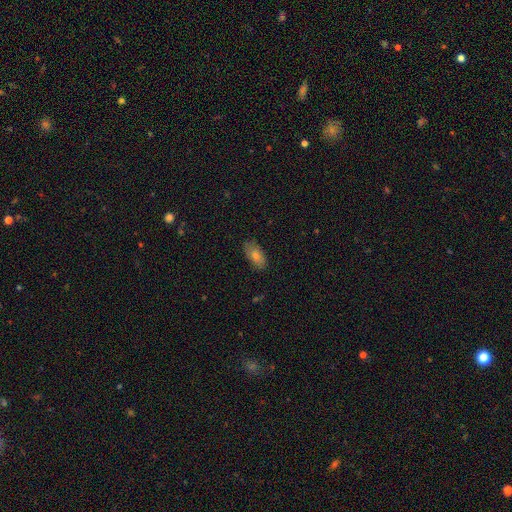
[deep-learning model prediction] This is likely a smooth galaxy (68%). How rounded: clearly in between (88%). Merging: clearly none (84%).